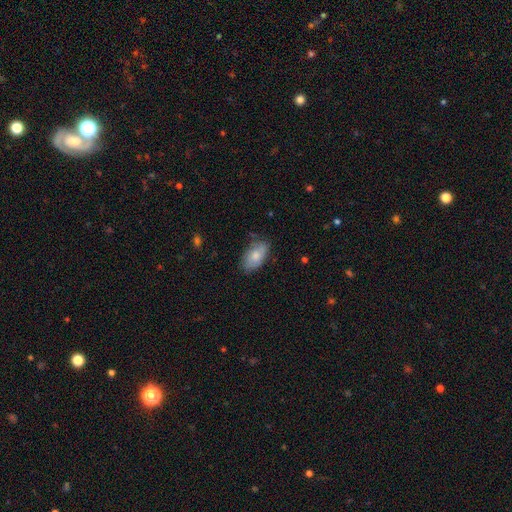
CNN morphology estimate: Q: Smooth or featured?
A: smooth (75%); runner-up: featured or disk (19%)
Q: How rounded?
A: in between (93%); runner-up: round (5%)
Q: Merging?
A: none (74%); runner-up: minor disturbance (21%)